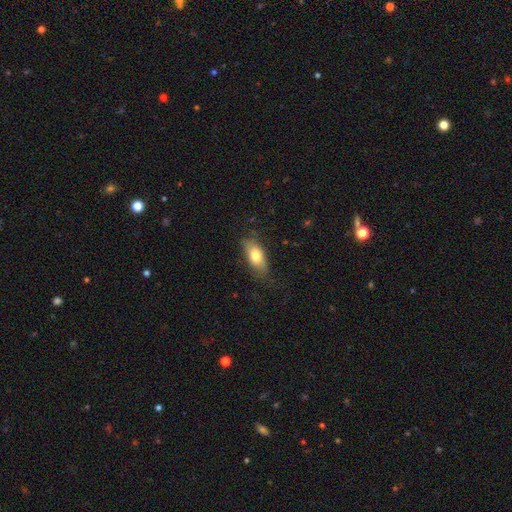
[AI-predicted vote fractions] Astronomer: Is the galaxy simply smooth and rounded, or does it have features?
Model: smooth — 74%.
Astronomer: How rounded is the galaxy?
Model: in between — 83%.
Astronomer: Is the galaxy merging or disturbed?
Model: none — 72%.